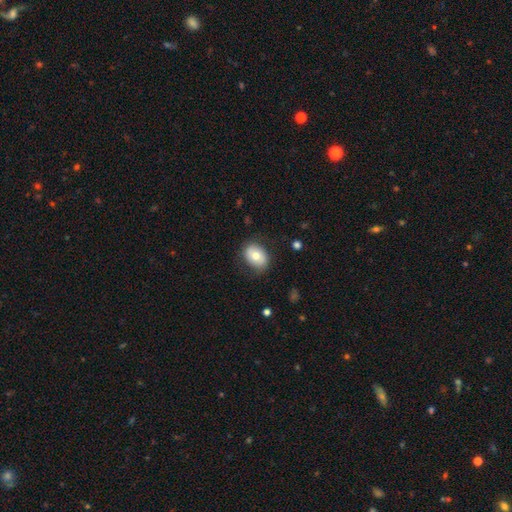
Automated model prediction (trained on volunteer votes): Smooth or featured: smooth — 72% (featured or disk — 21%)
How rounded: in between — 72% (round — 27%)
Merging: none — 77% (minor disturbance — 17%)